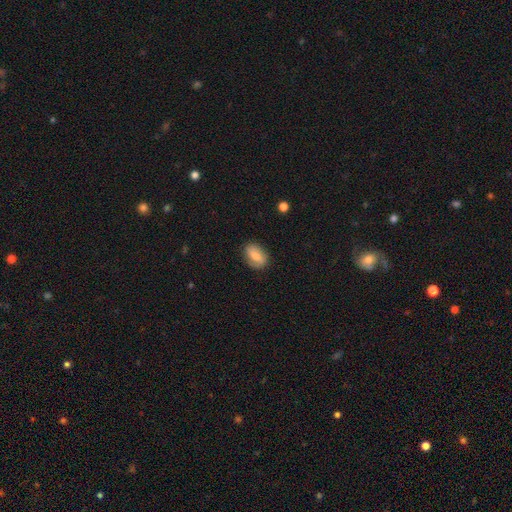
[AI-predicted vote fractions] Q: Smooth or featured?
A: smooth (72%); runner-up: featured or disk (21%)
Q: How rounded?
A: in between (82%); runner-up: round (15%)
Q: Merging?
A: none (80%); runner-up: minor disturbance (15%)